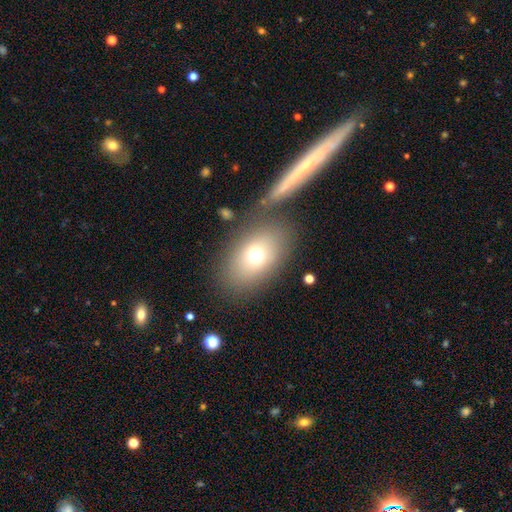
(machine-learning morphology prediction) Smooth or featured: smooth — 72% (featured or disk — 17%)
How rounded: in between — 81% (round — 17%)
Merging: none — 69% (merger — 13%)